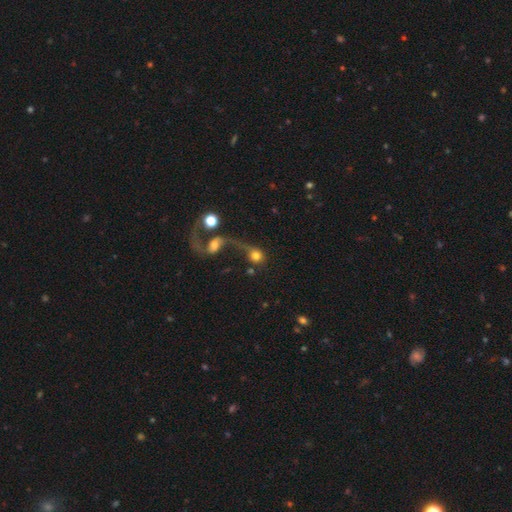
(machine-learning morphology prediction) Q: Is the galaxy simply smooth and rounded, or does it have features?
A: smooth — 65%.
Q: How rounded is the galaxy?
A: round — 83%.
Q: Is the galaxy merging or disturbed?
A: merger — 41%.